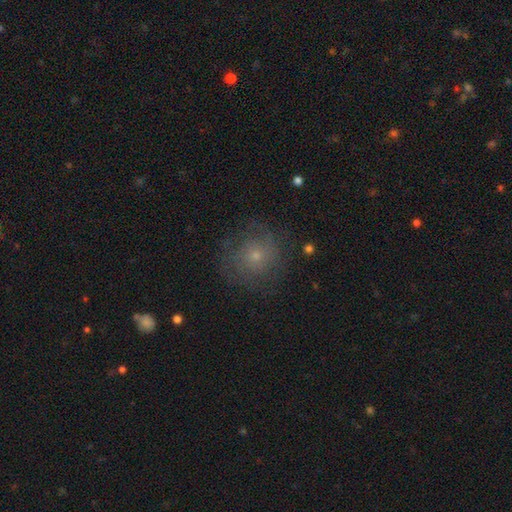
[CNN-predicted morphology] type=smooth (49%); merging=none (76%).